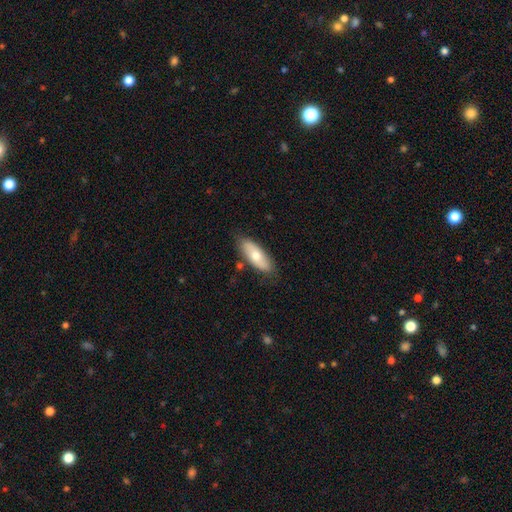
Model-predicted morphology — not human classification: smooth_or_featured: smooth (p=0.62) [alt: featured or disk p=0.32]
how_rounded: in between (p=0.72) [alt: cigar-shaped p=0.26]
merging: none (p=0.83) [alt: minor disturbance p=0.13]